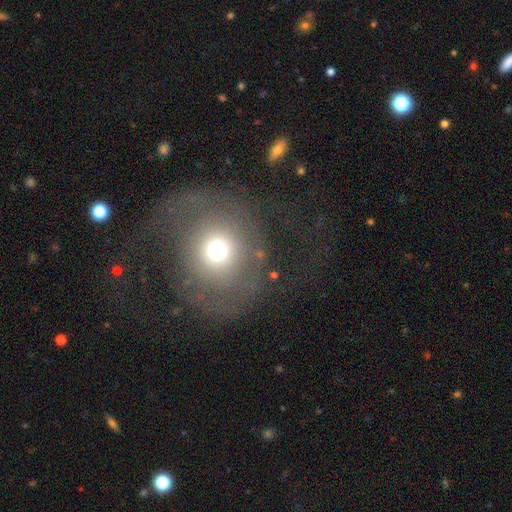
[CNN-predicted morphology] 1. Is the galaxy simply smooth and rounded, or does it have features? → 64% featured or disk, 25% smooth, 11% star or artifact.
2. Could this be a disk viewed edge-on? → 97% no, 3% yes.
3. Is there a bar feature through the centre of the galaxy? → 75% no, 18% weak, 6% strong.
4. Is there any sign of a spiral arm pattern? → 81% yes, 19% no.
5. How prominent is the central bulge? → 62% moderate, 20% small, 13% large, 3% dominant, 1% none.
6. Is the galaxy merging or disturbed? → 58% none, 25% major disturbance, 15% minor disturbance, 2% merger.